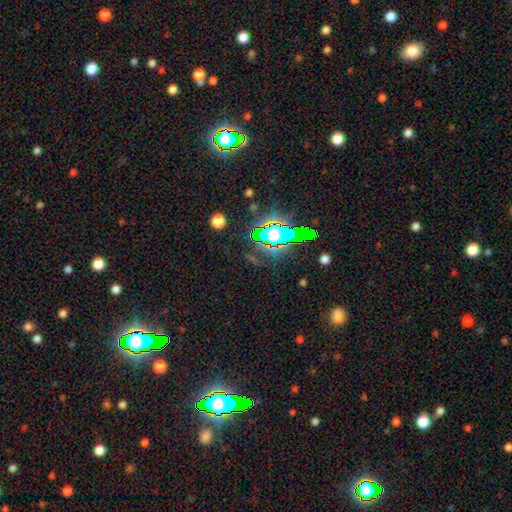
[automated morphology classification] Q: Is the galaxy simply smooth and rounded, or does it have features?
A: star or artifact — 73%.